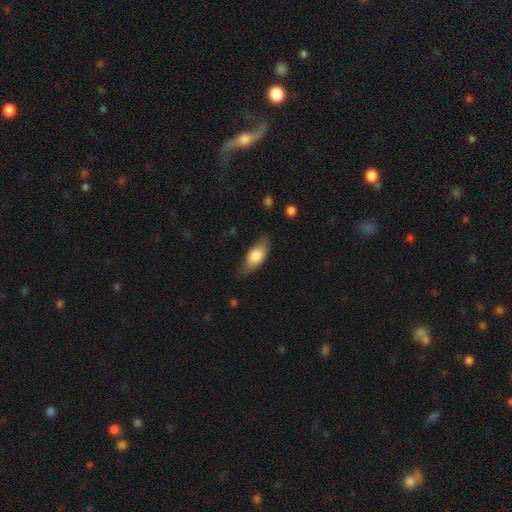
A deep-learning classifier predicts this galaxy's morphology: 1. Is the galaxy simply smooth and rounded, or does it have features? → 76% smooth, 19% featured or disk, 6% star or artifact.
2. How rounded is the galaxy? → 83% in between, 13% cigar-shaped, 3% round.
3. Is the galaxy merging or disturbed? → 72% none, 22% minor disturbance, 5% major disturbance, 1% merger.